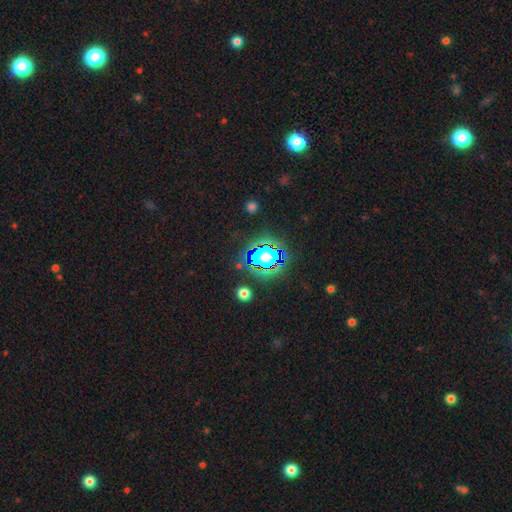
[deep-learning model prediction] Smooth or featured? star or artifact (63%)